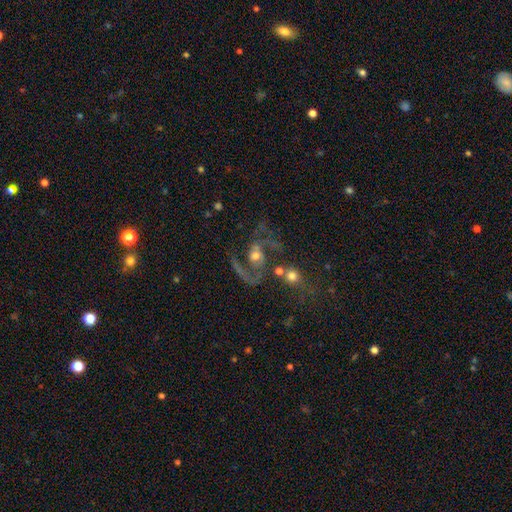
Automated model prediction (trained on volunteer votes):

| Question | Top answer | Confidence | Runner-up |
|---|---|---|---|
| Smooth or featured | featured or disk | 82% | smooth (10%) |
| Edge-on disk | no | 97% | yes (3%) |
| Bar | no | 63% | weak (28%) |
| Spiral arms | yes | 92% | no (8%) |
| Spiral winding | loose | 45% | medium (44%) |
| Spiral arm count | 2 | 84% | 1 (8%) |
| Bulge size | moderate | 64% | small (21%) |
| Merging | none | 44% | major disturbance (24%) |